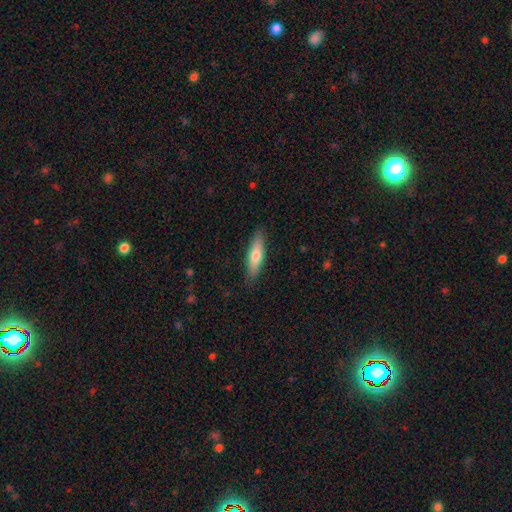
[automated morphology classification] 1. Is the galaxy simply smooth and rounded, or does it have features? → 70% smooth, 24% featured or disk, 5% star or artifact.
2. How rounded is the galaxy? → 61% cigar-shaped, 37% in between, 2% round.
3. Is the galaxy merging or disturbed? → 86% none, 11% minor disturbance, 2% major disturbance, 1% merger.